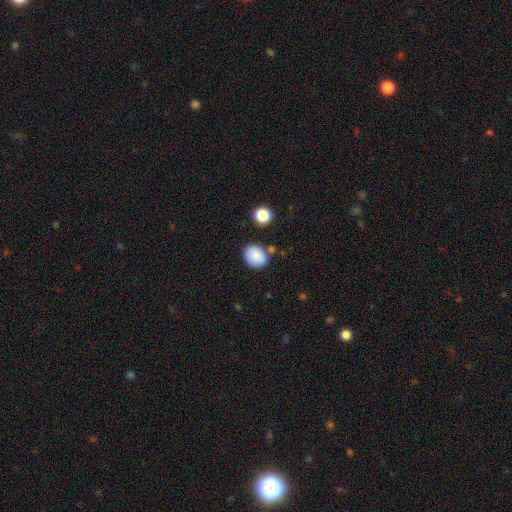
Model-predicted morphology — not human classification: smooth 86%, star or artifact 8%, featured or disk 6%. Down the decision tree: how rounded — round (53%); merging — none (76%).